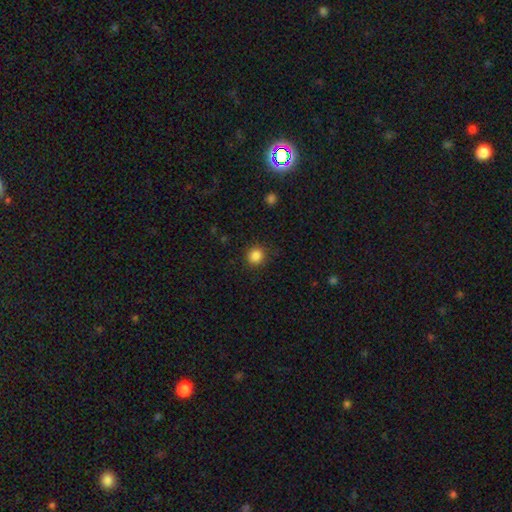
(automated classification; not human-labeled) Smooth or featured?
  - smooth: 86% *
  - star or artifact: 11%
  - featured or disk: 4%
How rounded?
  - round: 87% *
  - in between: 12%
  - cigar-shaped: 1%
Merging?
  - none: 90% *
  - minor disturbance: 7%
  - major disturbance: 3%
  - merger: 1%